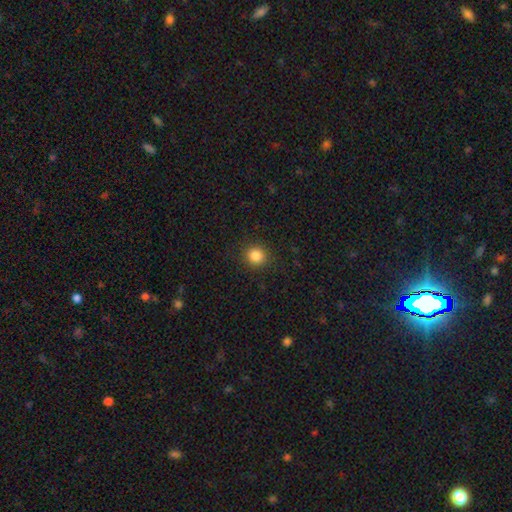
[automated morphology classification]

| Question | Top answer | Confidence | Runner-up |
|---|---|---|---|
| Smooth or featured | smooth | 85% | star or artifact (11%) |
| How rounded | round | 89% | in between (10%) |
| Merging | none | 90% | minor disturbance (6%) |